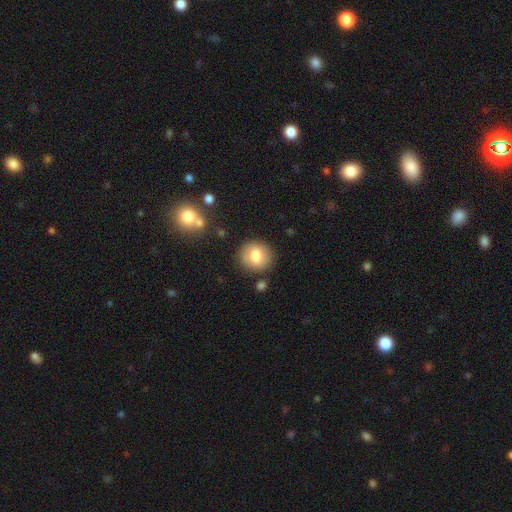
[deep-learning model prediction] A smooth galaxy with no disk features (78%) that is round (85%). Merging: none (85%).